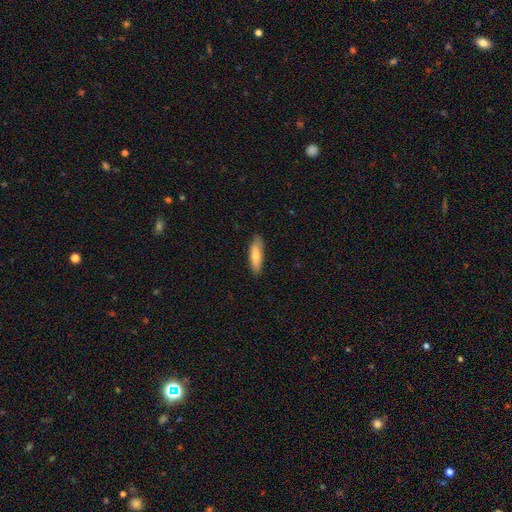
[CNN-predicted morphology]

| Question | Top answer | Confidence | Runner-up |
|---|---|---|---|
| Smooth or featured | smooth | 74% | featured or disk (20%) |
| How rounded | cigar-shaped | 51% | in between (47%) |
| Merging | none | 82% | minor disturbance (14%) |